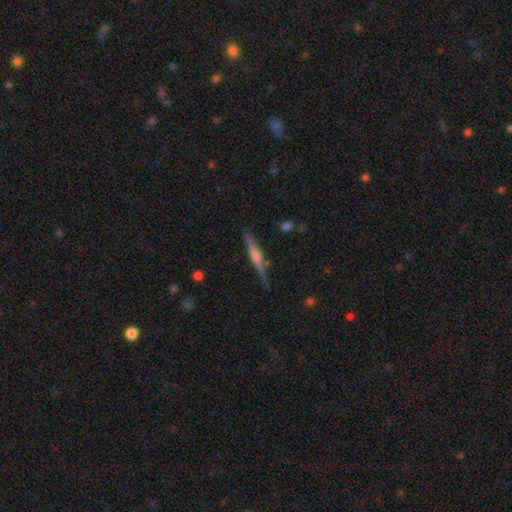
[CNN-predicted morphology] featured or disk 70%, smooth 24%, star or artifact 6%. Down the decision tree: edge-on disk — yes (98%); edge-on bulge — rounded (68%); merging — none (84%).